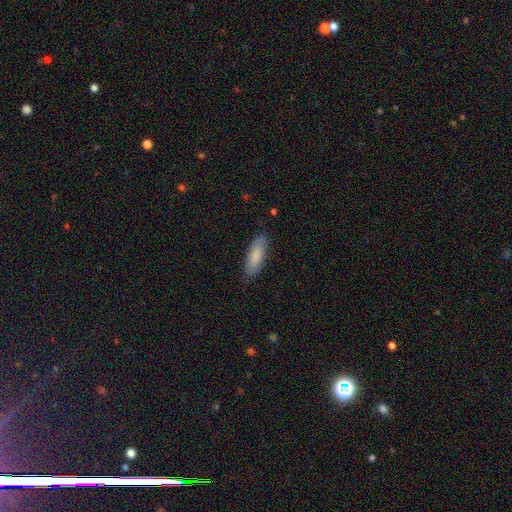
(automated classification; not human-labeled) This is clearly a smooth galaxy (83%). How rounded: possibly in between (57%). Merging: clearly none (85%).